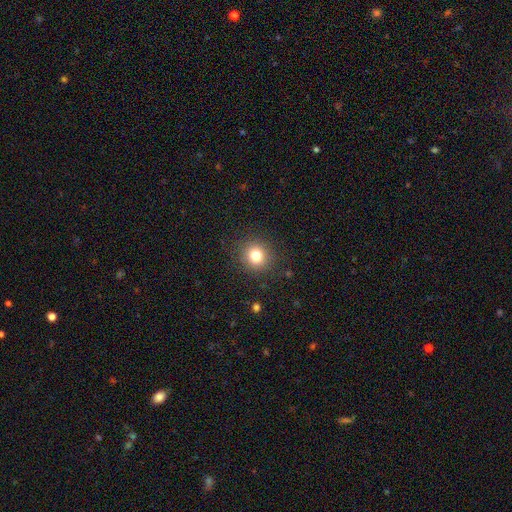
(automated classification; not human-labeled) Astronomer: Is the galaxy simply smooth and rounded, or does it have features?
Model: smooth — 79%.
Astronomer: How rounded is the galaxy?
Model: round — 90%.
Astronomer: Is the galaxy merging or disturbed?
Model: none — 88%.